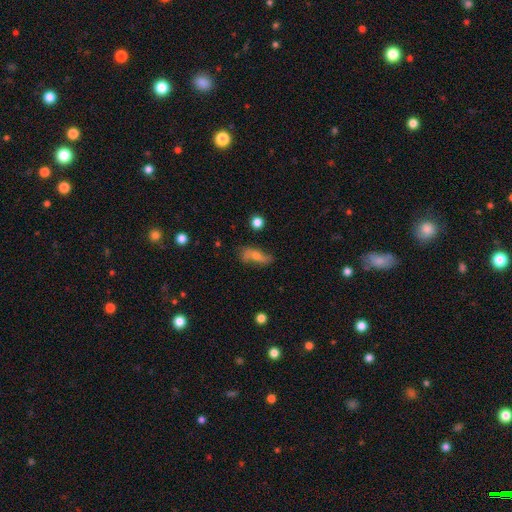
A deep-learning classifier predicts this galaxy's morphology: A featured or disk galaxy (47%). Merging: none (68%).